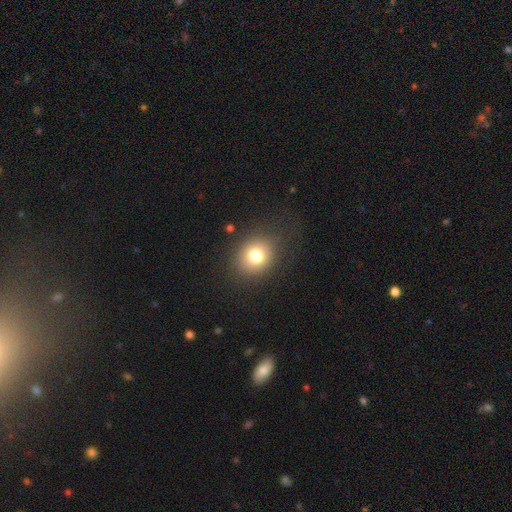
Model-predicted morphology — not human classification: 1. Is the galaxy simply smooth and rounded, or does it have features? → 77% smooth, 12% star or artifact, 10% featured or disk.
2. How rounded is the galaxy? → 71% round, 28% in between, 1% cigar-shaped.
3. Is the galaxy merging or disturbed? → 82% none, 11% minor disturbance, 6% major disturbance, 1% merger.